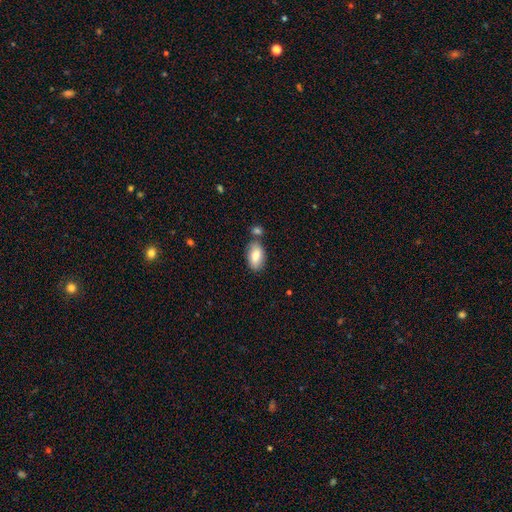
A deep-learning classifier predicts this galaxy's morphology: smooth_or_featured: smooth (p=0.81) [alt: featured or disk p=0.12]
how_rounded: in between (p=0.93) [alt: round p=0.05]
merging: none (p=0.67) [alt: merger p=0.16]